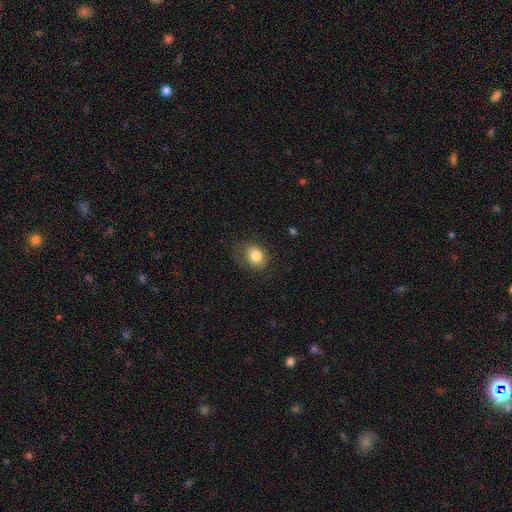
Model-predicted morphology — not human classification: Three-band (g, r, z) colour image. It shows a smooth galaxy with no disk features (81%) that is in between round and cigar-shaped (58%). Merging: none (71%).